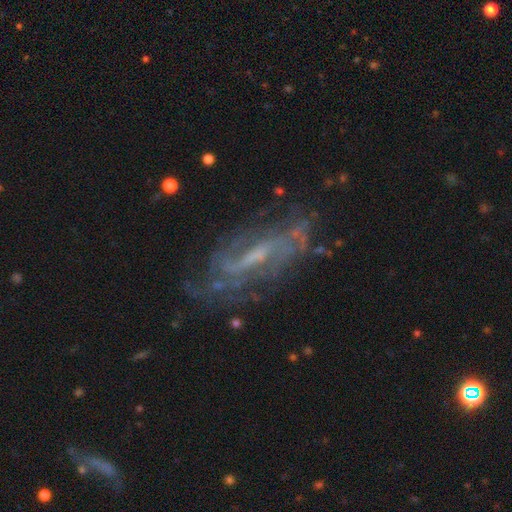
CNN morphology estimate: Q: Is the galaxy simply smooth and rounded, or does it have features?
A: featured or disk — 80%.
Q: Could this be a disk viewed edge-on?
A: no — 81%.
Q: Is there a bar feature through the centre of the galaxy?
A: weak — 48%.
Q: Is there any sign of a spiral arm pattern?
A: yes — 81%.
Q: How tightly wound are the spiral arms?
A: medium — 39%.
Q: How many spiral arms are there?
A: can't tell — 49%.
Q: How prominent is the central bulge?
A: small — 47%.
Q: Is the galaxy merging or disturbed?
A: none — 64%.